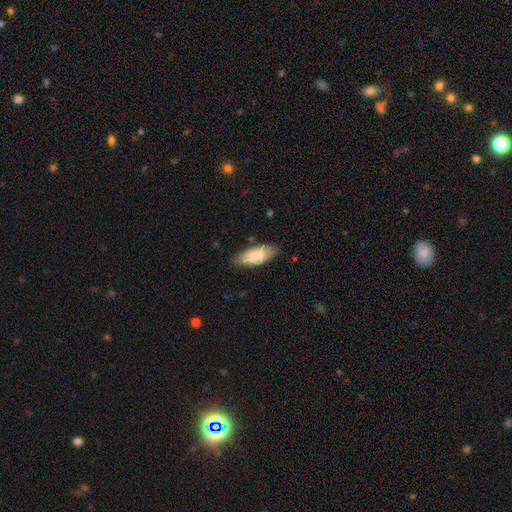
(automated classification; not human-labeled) Smooth or featured: smooth — 82% (featured or disk — 12%)
How rounded: in between — 81% (cigar-shaped — 17%)
Merging: none — 82% (minor disturbance — 14%)